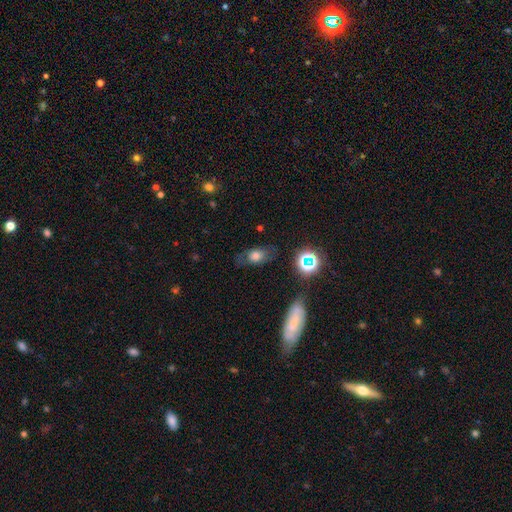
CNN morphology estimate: smooth-or-featured: smooth: 63% | featured or disk: 22% | star or artifact: 15%
  how-rounded: in between: 78% | round: 18% | cigar-shaped: 4%
  merging: none: 70% | minor disturbance: 19% | major disturbance: 8% | merger: 3%